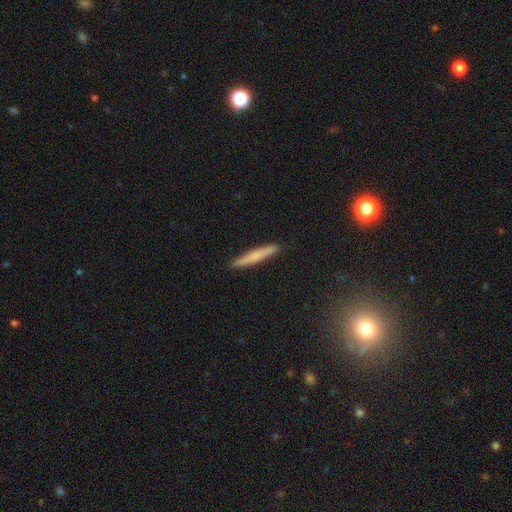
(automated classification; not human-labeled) Q: Smooth or featured?
A: smooth (63%); runner-up: featured or disk (31%)
Q: How rounded?
A: cigar-shaped (95%); runner-up: in between (4%)
Q: Merging?
A: none (91%); runner-up: minor disturbance (7%)